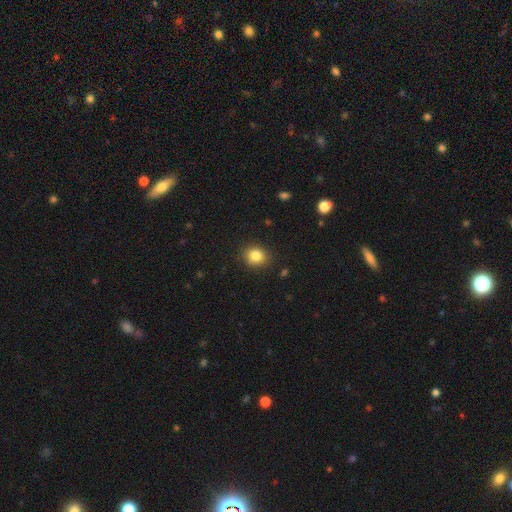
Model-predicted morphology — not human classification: Smooth or featured?
  - smooth: 84% *
  - star or artifact: 11%
  - featured or disk: 6%
How rounded?
  - round: 72% *
  - in between: 27%
  - cigar-shaped: 1%
Merging?
  - none: 88% *
  - minor disturbance: 9%
  - major disturbance: 2%
  - merger: 1%